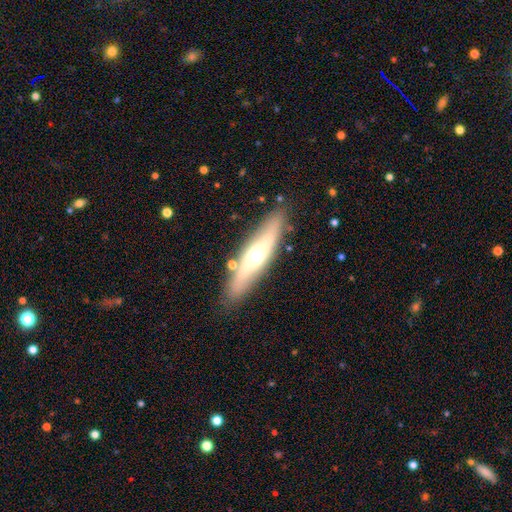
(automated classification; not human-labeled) Smooth or featured: featured or disk — 56% (smooth — 38%)
Edge-on disk: yes — 75% (no — 25%)
Merging: none — 83% (minor disturbance — 11%)